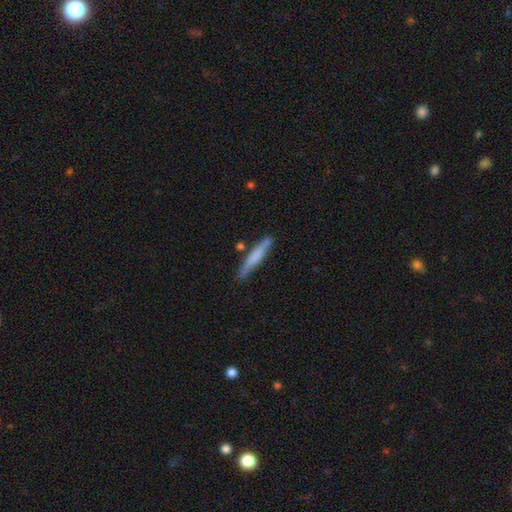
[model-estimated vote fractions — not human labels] smooth_or_featured: smooth (p=0.61) [alt: featured or disk p=0.33]
how_rounded: cigar-shaped (p=0.94) [alt: in between p=0.05]
merging: none (p=0.80) [alt: minor disturbance p=0.14]